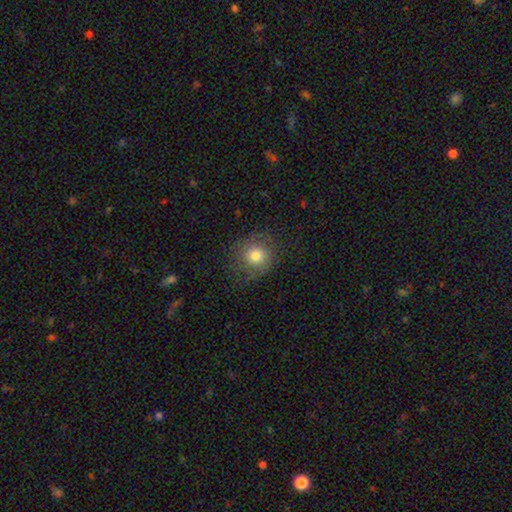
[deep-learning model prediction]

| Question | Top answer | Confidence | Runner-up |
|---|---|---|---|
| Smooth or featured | smooth | 75% | featured or disk (14%) |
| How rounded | round | 87% | in between (12%) |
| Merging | none | 73% | minor disturbance (16%) |